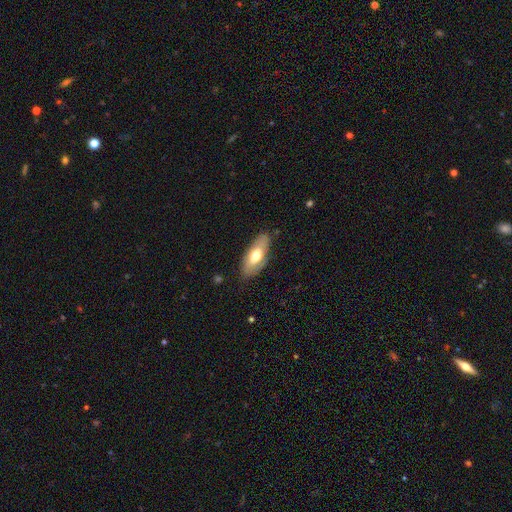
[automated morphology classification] A smooth galaxy with no disk features (59%) that is in between round and cigar-shaped (82%).

Vote fractions:
- Smooth or featured? smooth: 59% / featured or disk: 35% / star or artifact: 6%
- How rounded? in between: 82% / cigar-shaped: 15% / round: 3%
- Merging? none: 81% / minor disturbance: 15% / major disturbance: 3% / merger: 1%